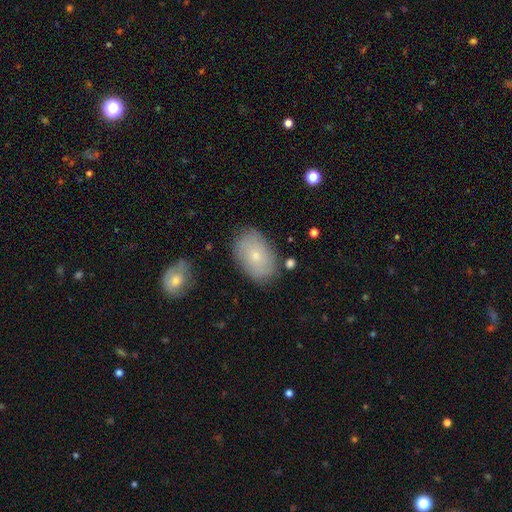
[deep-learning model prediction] Overall: smooth (66%; featured or disk 27%). How rounded: in between (88%). Merging: none (80%).